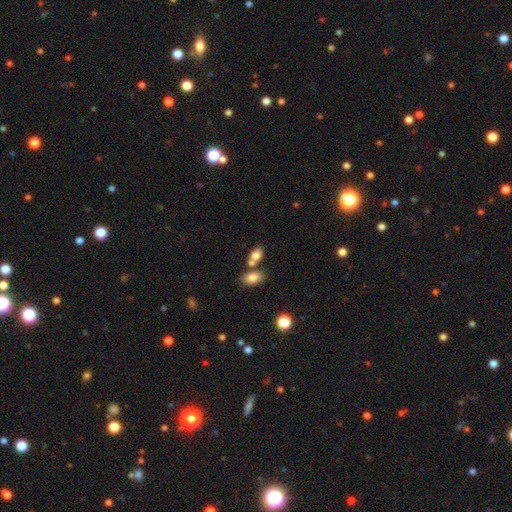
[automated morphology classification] Smooth or featured? Predicted: smooth (p=0.80). How rounded? Predicted: in between (p=0.81). Merging? Predicted: none (p=0.44).